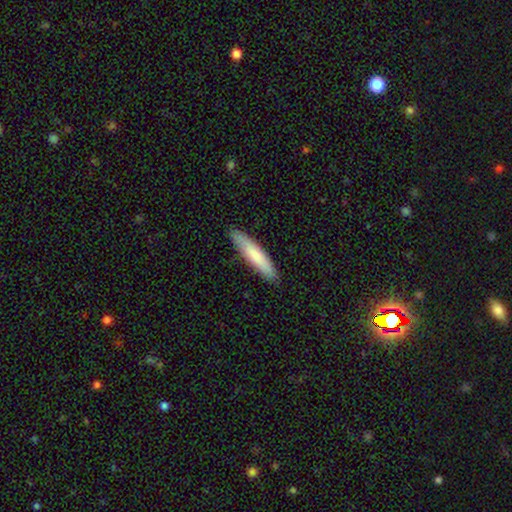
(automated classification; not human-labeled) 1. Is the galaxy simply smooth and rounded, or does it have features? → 76% smooth, 19% featured or disk, 5% star or artifact.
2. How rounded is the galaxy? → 86% cigar-shaped, 13% in between, 1% round.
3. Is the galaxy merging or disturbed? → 88% none, 10% minor disturbance, 2% major disturbance, 1% merger.